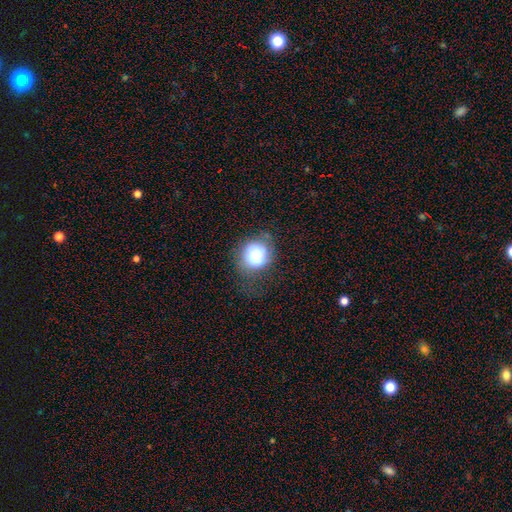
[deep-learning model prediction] Q: Smooth or featured?
A: smooth (74%); runner-up: featured or disk (16%)
Q: How rounded?
A: round (76%); runner-up: in between (23%)
Q: Merging?
A: none (54%); runner-up: minor disturbance (28%)